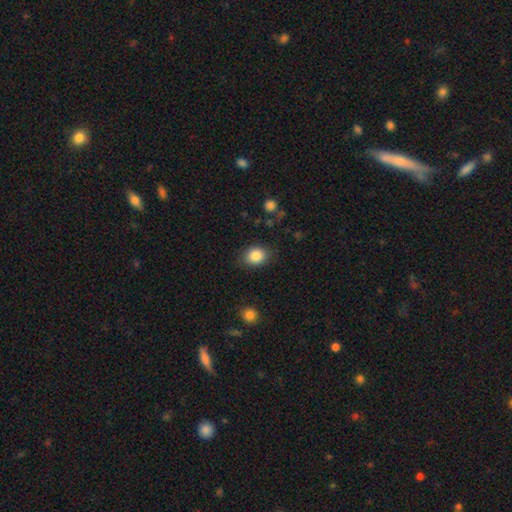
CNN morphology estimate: Overall: smooth (86%). How rounded: round (52%; in between 47%). Merging: none (83%).